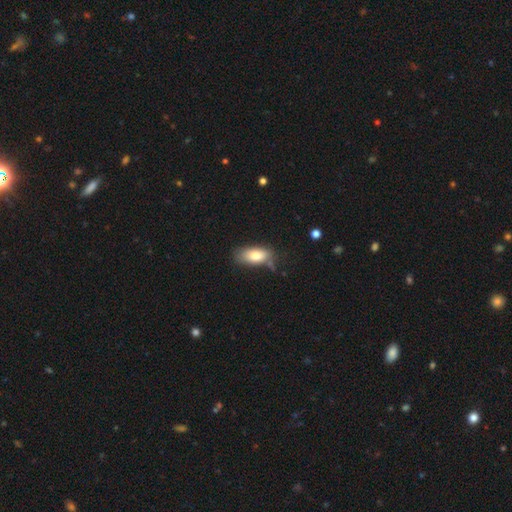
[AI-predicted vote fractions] Smooth or featured? Predicted: smooth (p=0.80). How rounded? Predicted: in between (p=0.89). Merging? Predicted: none (p=0.65).